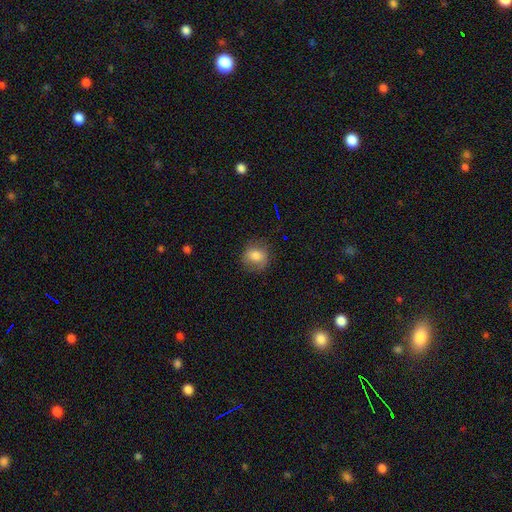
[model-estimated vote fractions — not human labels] This is likely a smooth galaxy (77%). How rounded: likely round (70%). Merging: likely none (74%).